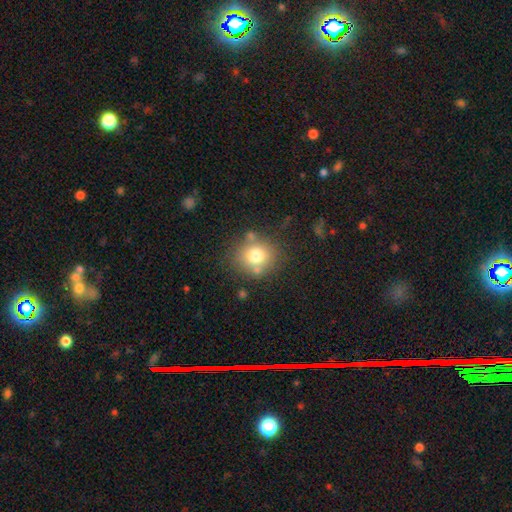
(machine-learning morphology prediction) The model was most divided on "merging": none: 73%, minor disturbance: 14%, merger: 8%, major disturbance: 5%. More confident: how rounded — round (79%); smooth or featured — smooth (74%).